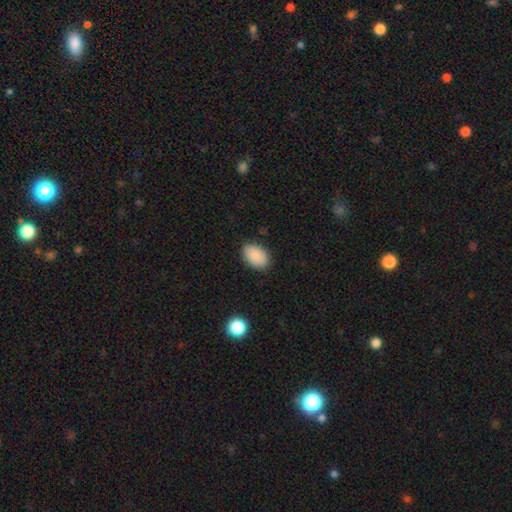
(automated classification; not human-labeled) Smooth or featured? Predicted: smooth (p=0.90). How rounded? Predicted: in between (p=0.88). Merging? Predicted: none (p=0.87).